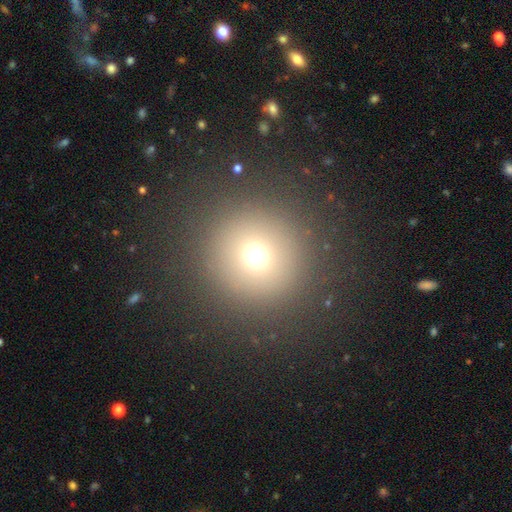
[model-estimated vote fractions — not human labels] Overall: smooth (69%). How rounded: round (95%). Merging: none (90%).